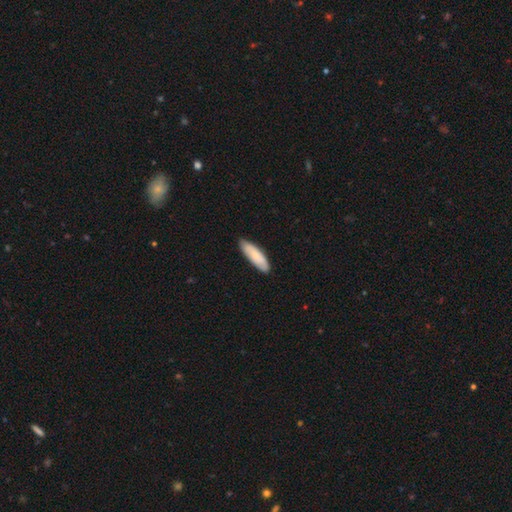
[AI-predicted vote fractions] A smooth galaxy with no disk features (79%) that is cigar-shaped (52%). Merging: none (83%).